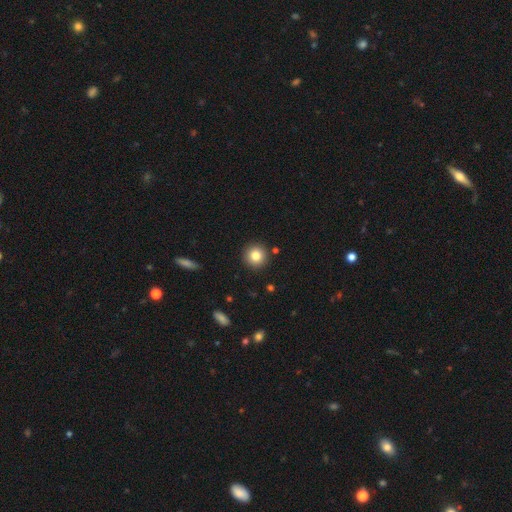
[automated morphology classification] Smooth or featured? smooth (82%)
How rounded? round (95%)
Merging? none (91%)